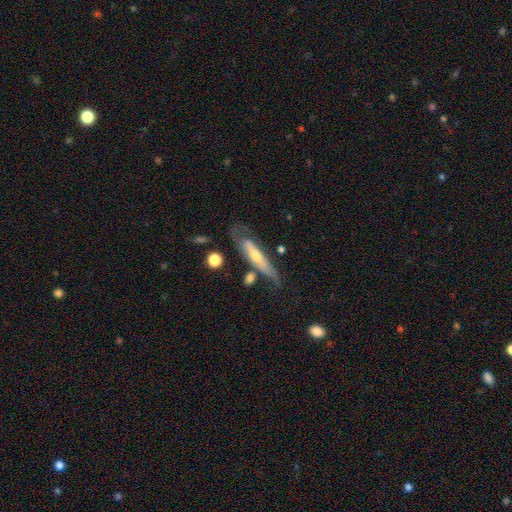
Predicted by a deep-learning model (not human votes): A featured or disk galaxy (66%) viewed edge-on (66%).

Vote fractions:
- Smooth or featured? featured or disk: 66% / smooth: 27% / star or artifact: 7%
- Edge-on disk? yes: 66% / no: 34%
- Merging? none: 56% / minor disturbance: 24% / major disturbance: 13% / merger: 7%